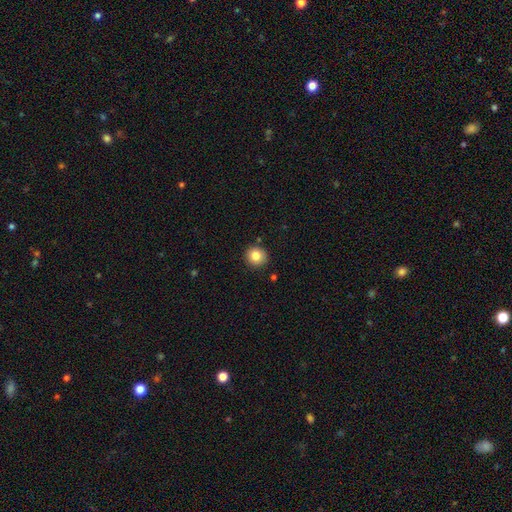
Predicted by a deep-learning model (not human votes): The model was most divided on "smooth or featured": smooth: 83%, star or artifact: 10%, featured or disk: 7%. More confident: how rounded — round (92%); merging — none (89%).